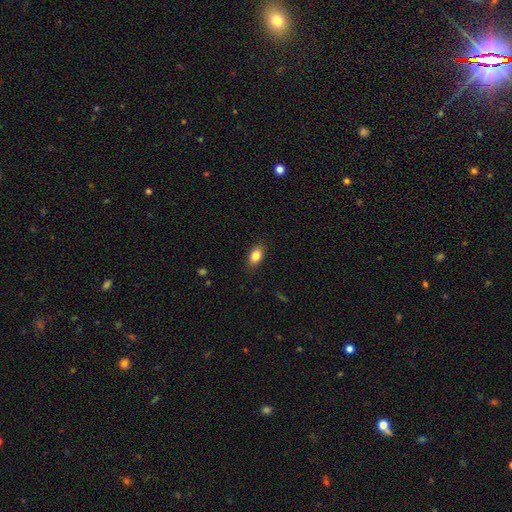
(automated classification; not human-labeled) Smooth or featured? Predicted: smooth (p=0.85). How rounded? Predicted: in between (p=0.88). Merging? Predicted: none (p=0.86).